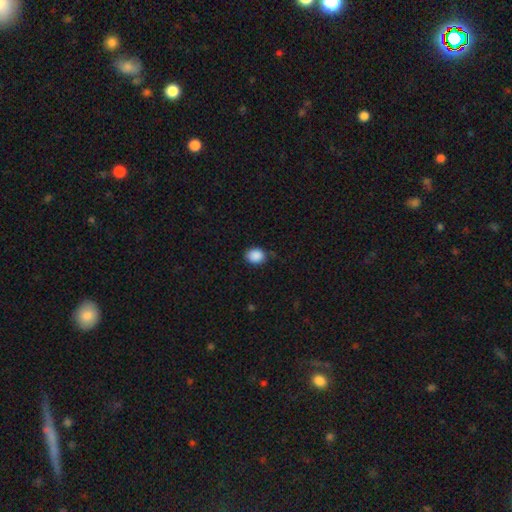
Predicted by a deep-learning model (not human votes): The model was most divided on "how rounded": round: 62%, in between: 37%, cigar-shaped: 1%. More confident: smooth or featured — smooth (89%); merging — none (81%).